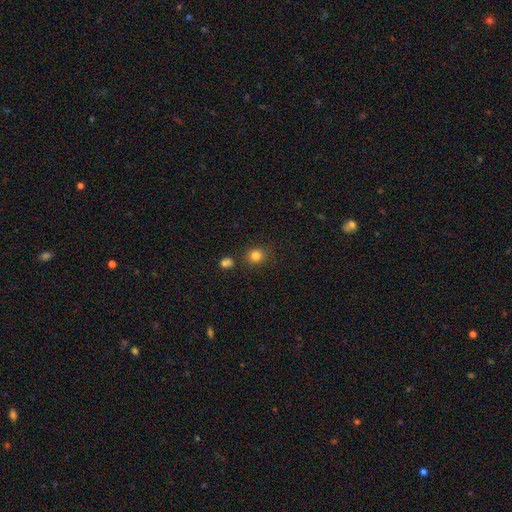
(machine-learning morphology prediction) This is clearly a smooth galaxy (82%). How rounded: clearly round (82%). Merging: clearly none (83%).